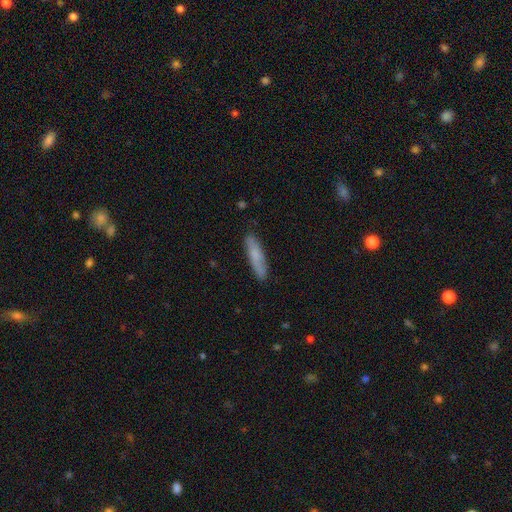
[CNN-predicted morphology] smooth 72%, featured or disk 22%, star or artifact 6%. Down the decision tree: how rounded — cigar-shaped (83%); merging — none (86%).